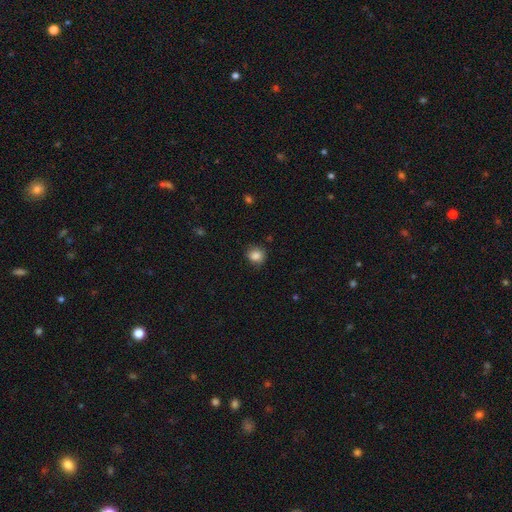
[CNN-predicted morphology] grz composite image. It shows a smooth galaxy with no disk features (85%) that is round (78%). Merging: none (81%).